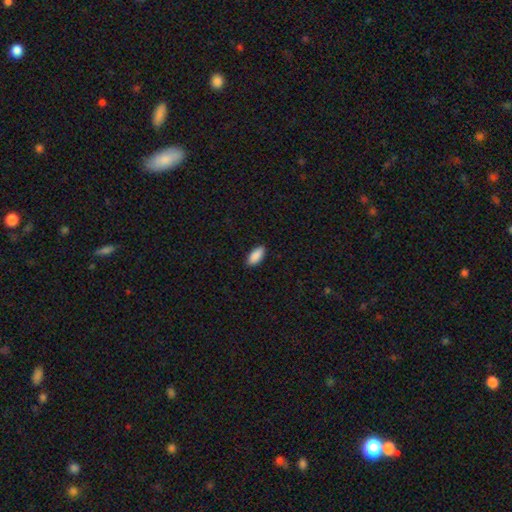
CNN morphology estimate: This appears to be a smooth galaxy with no disk features (91%) that is in between round and cigar-shaped (89%). Merging: none (88%).